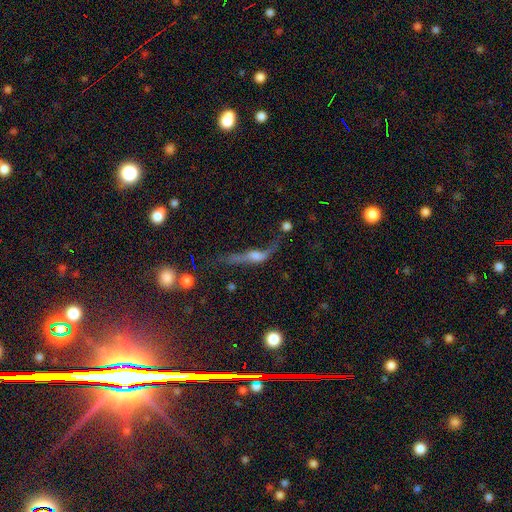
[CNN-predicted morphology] The model was most divided on "edge-on disk": no: 51%, yes: 49%. Remaining: smooth or featured — featured or disk (51%); merging — major disturbance (40%).